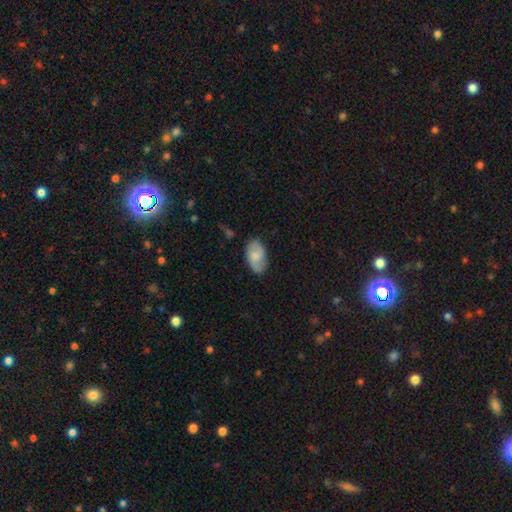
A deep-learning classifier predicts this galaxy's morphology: Q: Smooth or featured?
A: smooth (57%); runner-up: featured or disk (37%)
Q: How rounded?
A: in between (93%); runner-up: round (5%)
Q: Merging?
A: none (75%); runner-up: minor disturbance (19%)